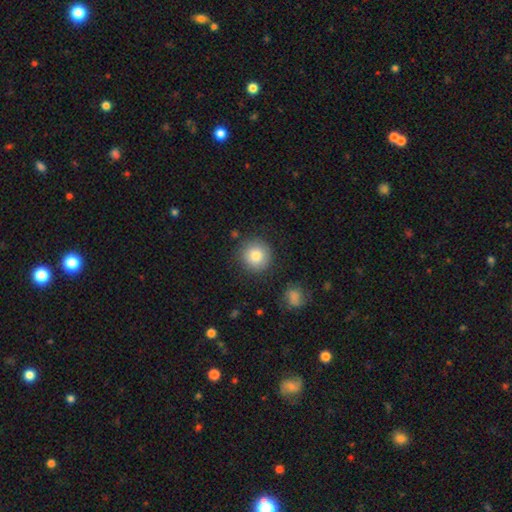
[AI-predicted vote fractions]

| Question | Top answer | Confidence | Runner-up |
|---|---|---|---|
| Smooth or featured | smooth | 83% | star or artifact (9%) |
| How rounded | round | 94% | in between (5%) |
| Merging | none | 86% | minor disturbance (9%) |